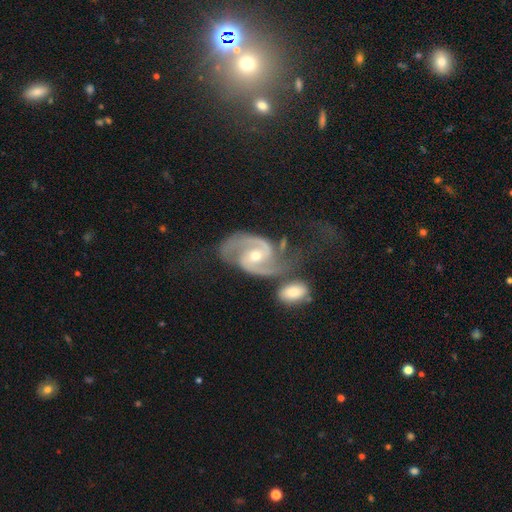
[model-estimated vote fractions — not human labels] Smooth or featured?
  - featured or disk: 92% *
  - star or artifact: 5%
  - smooth: 3%
Edge-on disk?
  - no: 98% *
  - yes: 2%
Bar?
  - weak: 42% *
  - no: 39%
  - strong: 19%
Spiral arms?
  - yes: 98% *
  - no: 2%
Spiral winding?
  - medium: 57% *
  - tight: 27%
  - loose: 17%
Spiral arm count?
  - 2: 92% *
  - can't tell: 2%
  - 3: 2%
  - 1: 1%
  - 4: 1%
  - more than 4: 1%
Bulge size?
  - moderate: 57% *
  - small: 40%
  - large: 2%
  - none: 1%
  - dominant: 1%
Merging?
  - none: 47% *
  - minor disturbance: 20%
  - merger: 19%
  - major disturbance: 13%